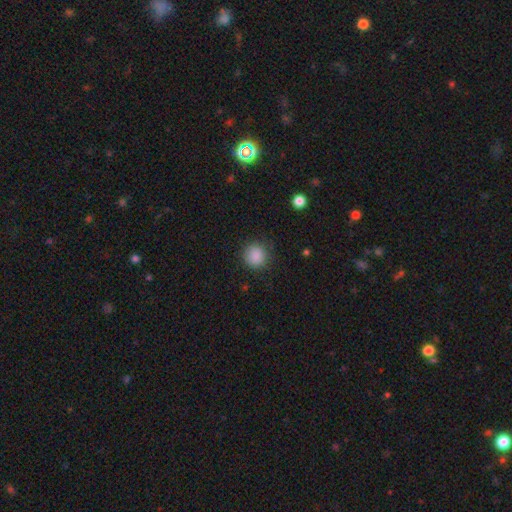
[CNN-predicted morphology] Smooth or featured: smooth — 87% (star or artifact — 10%)
How rounded: round — 90% (in between — 9%)
Merging: none — 87% (minor disturbance — 9%)